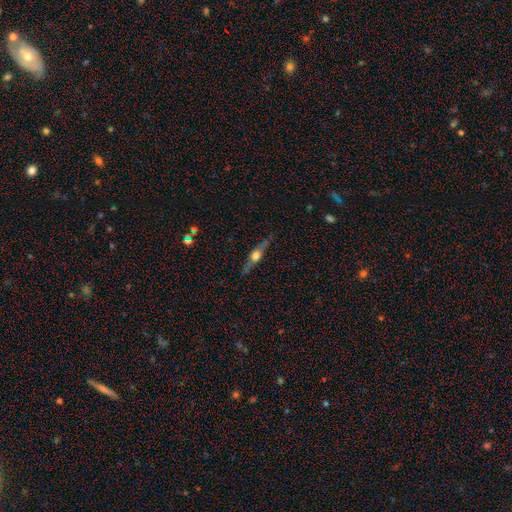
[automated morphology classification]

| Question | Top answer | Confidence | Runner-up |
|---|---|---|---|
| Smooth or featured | featured or disk | 67% | smooth (26%) |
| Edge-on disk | yes | 94% | no (6%) |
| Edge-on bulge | rounded | 93% | boxy (5%) |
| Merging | none | 83% | minor disturbance (12%) |